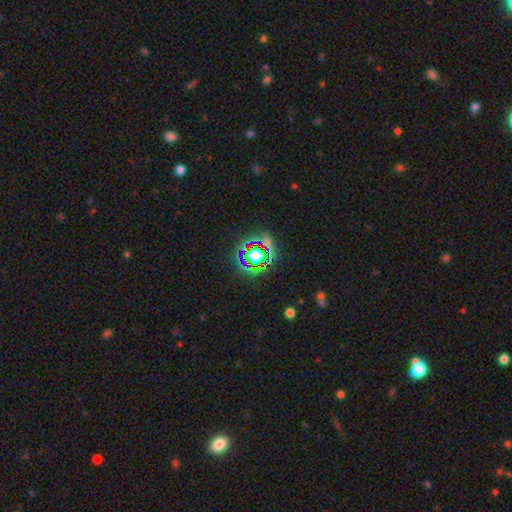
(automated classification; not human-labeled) A star or artifact, not a galaxy (64%).

Vote fractions:
- Smooth or featured? star or artifact: 64% / smooth: 24% / featured or disk: 12%